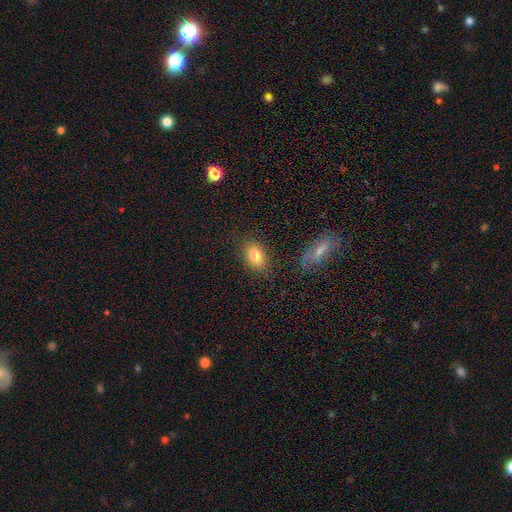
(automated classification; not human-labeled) Smooth or featured? smooth (80%)
How rounded? in between (84%)
Merging? none (82%)